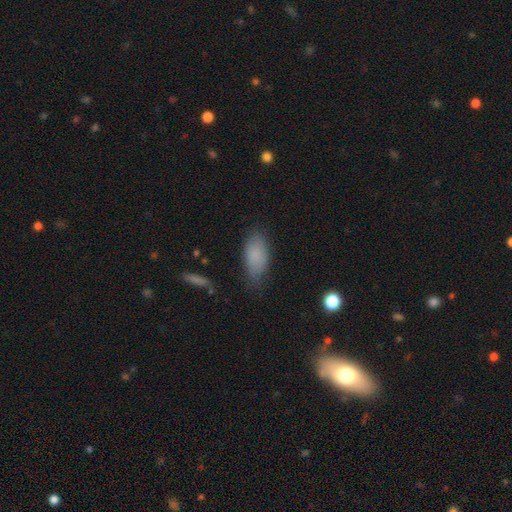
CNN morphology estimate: Smooth or featured: smooth — 84% (star or artifact — 8%)
How rounded: in between — 91% (cigar-shaped — 6%)
Merging: none — 71% (minor disturbance — 21%)